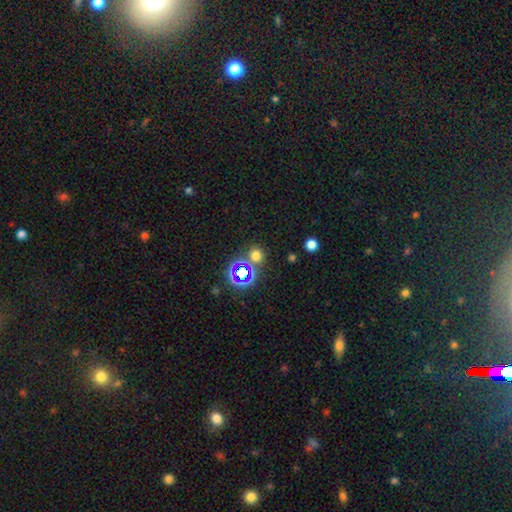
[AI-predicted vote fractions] Q: Smooth or featured?
A: smooth (61%); runner-up: star or artifact (32%)
Q: How rounded?
A: round (84%); runner-up: in between (15%)
Q: Merging?
A: none (73%); runner-up: merger (14%)